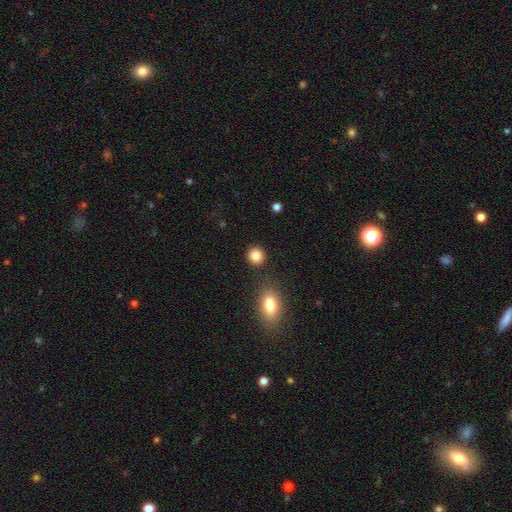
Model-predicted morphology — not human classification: This is clearly a smooth galaxy (85%). How rounded: clearly round (86%). Merging: clearly none (86%).